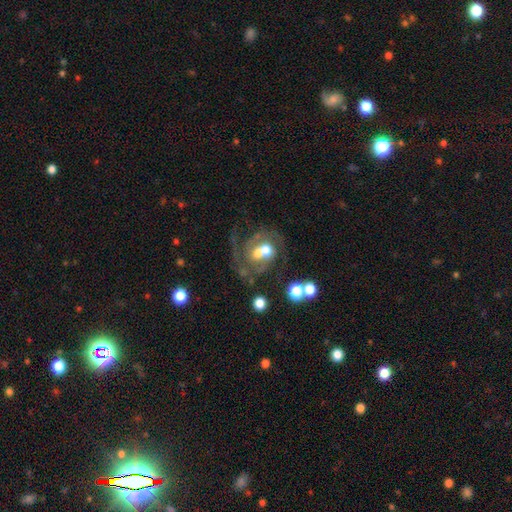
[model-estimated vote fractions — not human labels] A featured or disk galaxy (76%) with no bar (49%), 2 (47%) medium (43%) spiral arms (86%) and a moderate central bulge (58%). Merging: none (38%).